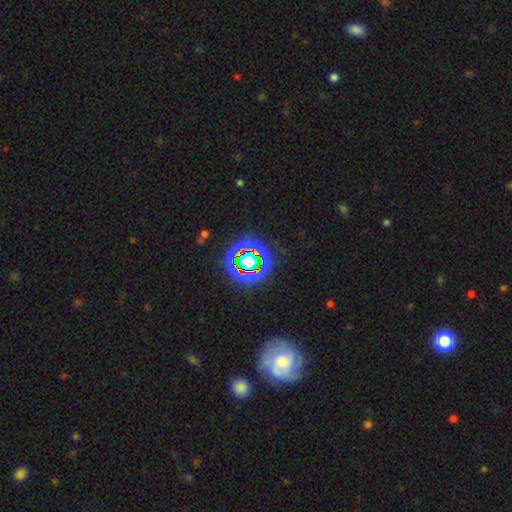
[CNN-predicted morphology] type=star or artifact (69%).